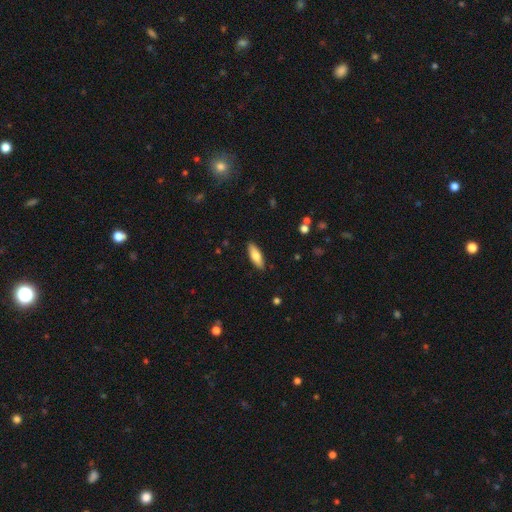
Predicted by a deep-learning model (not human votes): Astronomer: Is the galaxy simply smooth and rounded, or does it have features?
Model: smooth — 74%.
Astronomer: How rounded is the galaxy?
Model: in between — 60% (runner-up: cigar-shaped, 38%).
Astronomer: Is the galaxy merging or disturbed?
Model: none — 89%.